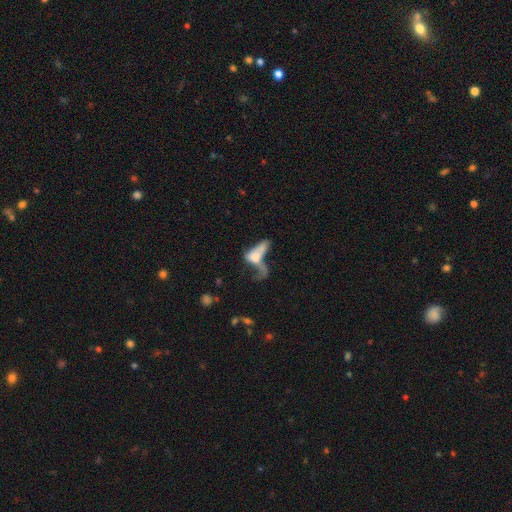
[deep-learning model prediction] Smooth or featured?
  - smooth: 51% *
  - featured or disk: 37%
  - star or artifact: 11%
How rounded?
  - in between: 69% *
  - cigar-shaped: 24%
  - round: 7%
Merging?
  - merger: 45% *
  - major disturbance: 36%
  - none: 11%
  - minor disturbance: 8%